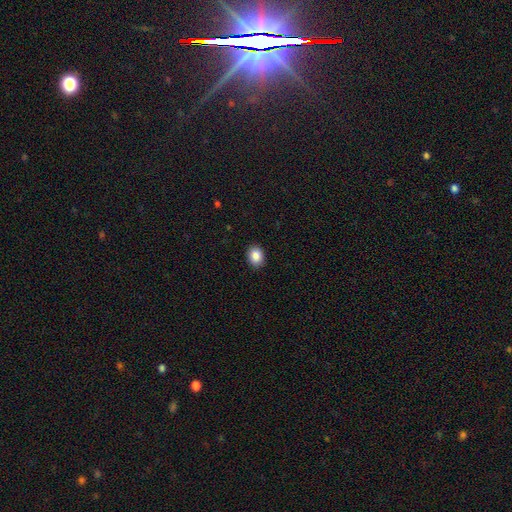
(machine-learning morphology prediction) This appears to be a smooth galaxy with no disk features (88%) that is in between round and cigar-shaped (57%). Merging: none (90%).